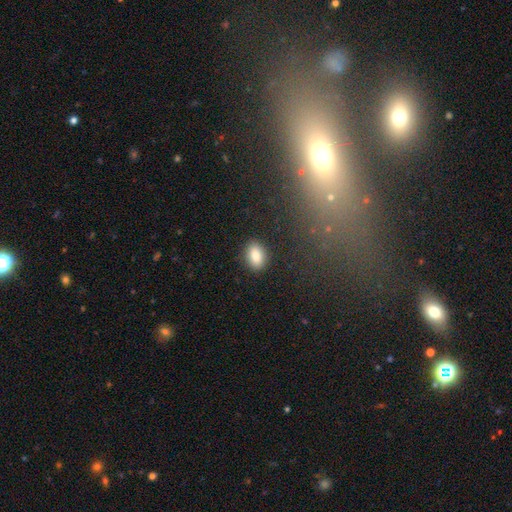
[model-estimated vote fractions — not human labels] Overall: smooth (86%). How rounded: in between (86%). Merging: none (88%).